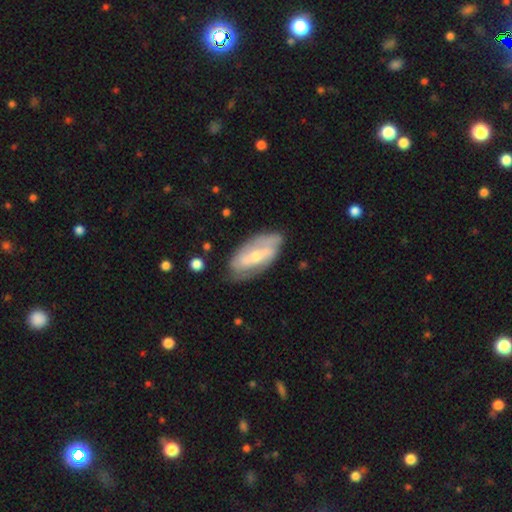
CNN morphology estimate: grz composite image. It shows a featured or disk galaxy (70%) with a strong bar (40%), spiral arms (77%) and a moderate central bulge (49%). Merging: none (69%).